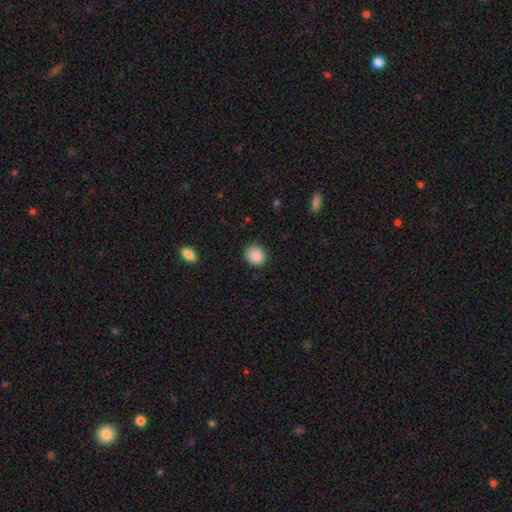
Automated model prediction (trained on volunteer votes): Smooth or featured? smooth (88%)
How rounded? round (78%)
Merging? none (87%)